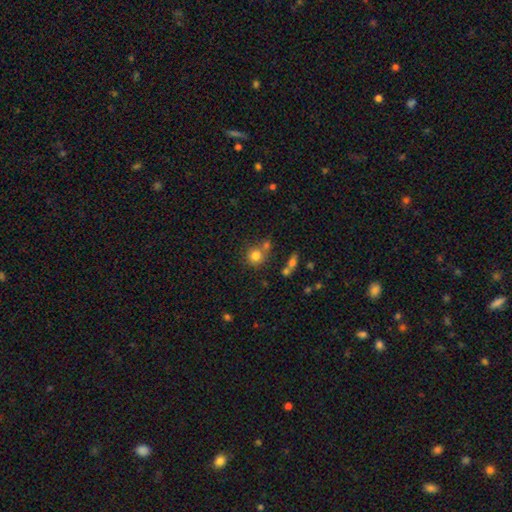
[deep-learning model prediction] Smooth or featured? Predicted: smooth (p=0.79). How rounded? Predicted: round (p=0.88). Merging? Predicted: none (p=0.60).